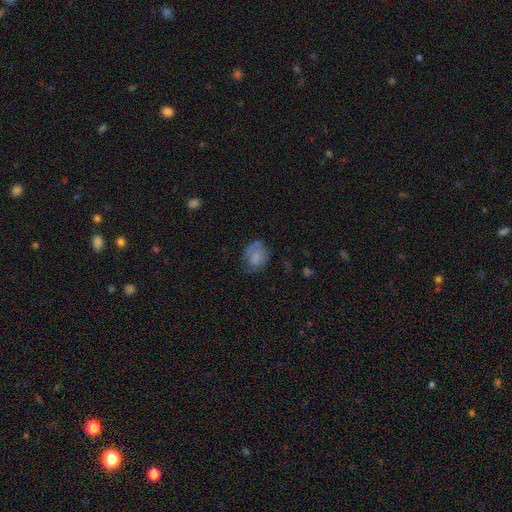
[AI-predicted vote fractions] Smooth or featured? Predicted: smooth (p=0.67). How rounded? Predicted: round (p=0.51). Merging? Predicted: none (p=0.56).